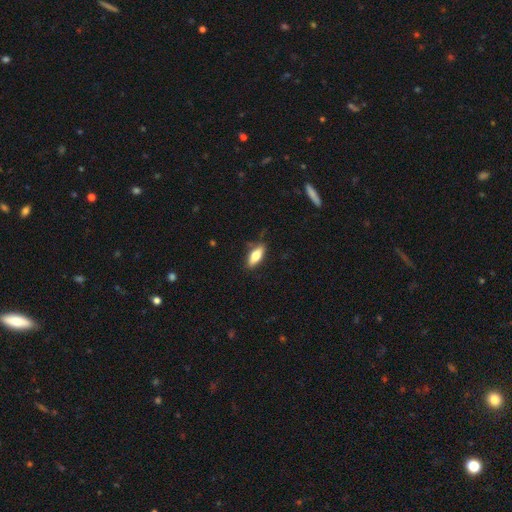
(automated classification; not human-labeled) Smooth or featured: smooth — 73% (featured or disk — 20%)
How rounded: in between — 72% (cigar-shaped — 26%)
Merging: none — 79% (minor disturbance — 15%)